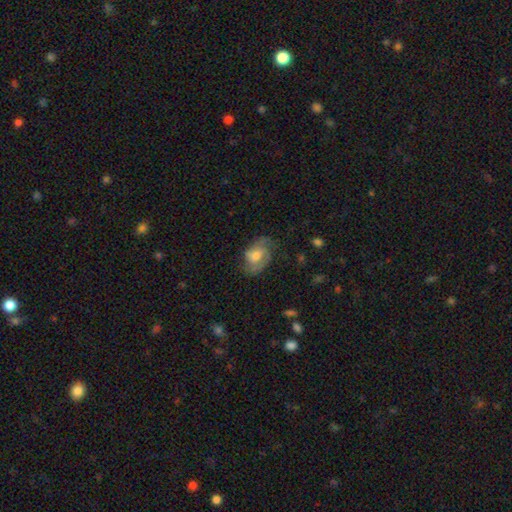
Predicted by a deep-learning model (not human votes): featured or disk 52%, smooth 41%, star or artifact 7%. Down the decision tree: edge-on disk — no (96%); merging — none (56%).